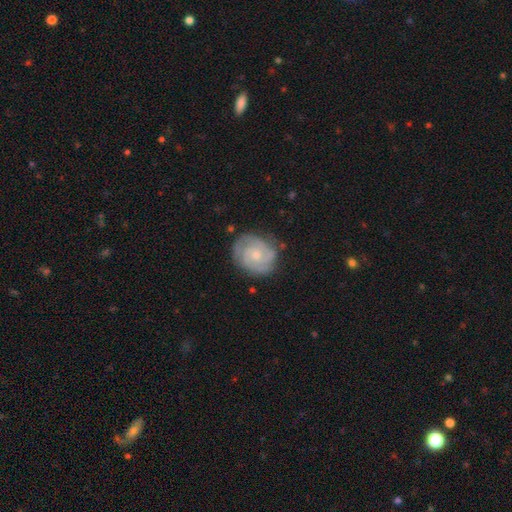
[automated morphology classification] smooth_or_featured: featured or disk (p=0.80) [alt: smooth p=0.15]
disk_edge_on: no (p=0.98) [alt: yes p=0.02]
bar: no (p=0.72) [alt: weak p=0.24]
has_spiral_arms: yes (p=0.94) [alt: no p=0.06]
spiral_winding: tight (p=0.65) [alt: medium p=0.29]
spiral_arm_count: 2 (p=0.53) [alt: 3 p=0.19]
bulge_size: small (p=0.60) [alt: moderate p=0.34]
merging: none (p=0.76) [alt: minor disturbance p=0.18]